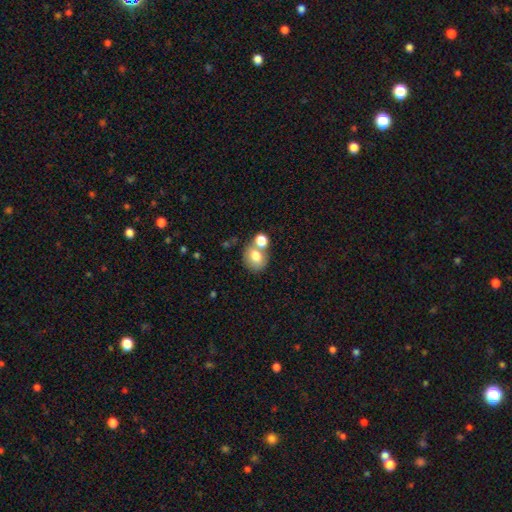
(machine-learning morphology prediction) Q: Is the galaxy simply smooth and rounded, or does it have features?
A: smooth — 76%.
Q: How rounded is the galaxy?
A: round — 59%.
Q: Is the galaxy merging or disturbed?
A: none — 48%.